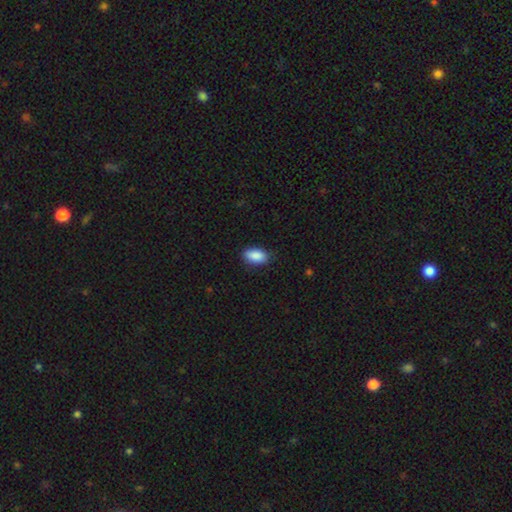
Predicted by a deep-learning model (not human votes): A smooth galaxy with no disk features (90%) that is in between round and cigar-shaped (93%). Merging: none (85%).